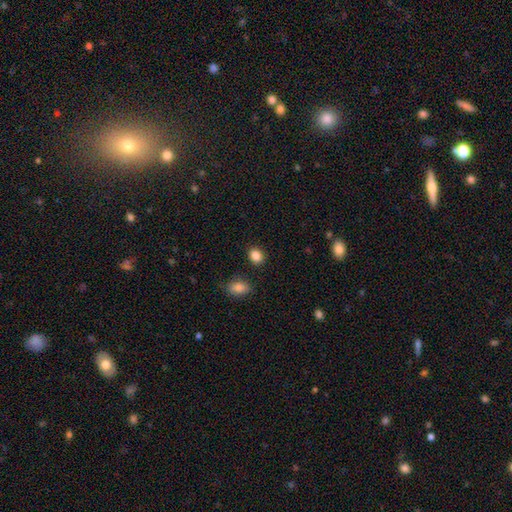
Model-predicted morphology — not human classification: Q: Smooth or featured?
A: smooth (86%); runner-up: star or artifact (10%)
Q: How rounded?
A: round (55%); runner-up: in between (44%)
Q: Merging?
A: none (87%); runner-up: minor disturbance (8%)